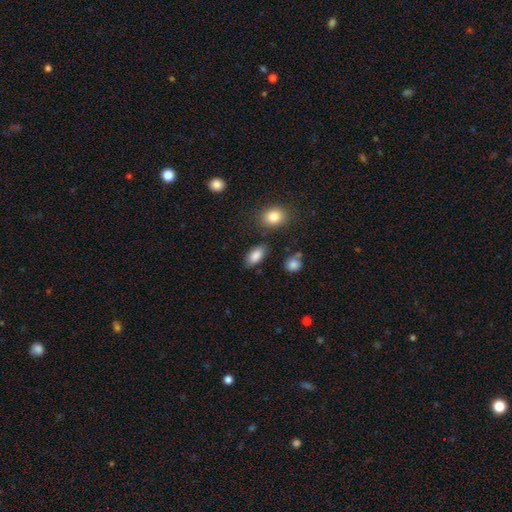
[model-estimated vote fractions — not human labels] Smooth or featured?
  - smooth: 86% *
  - star or artifact: 8%
  - featured or disk: 6%
How rounded?
  - in between: 91% *
  - round: 6%
  - cigar-shaped: 3%
Merging?
  - none: 80% *
  - minor disturbance: 12%
  - merger: 4%
  - major disturbance: 3%